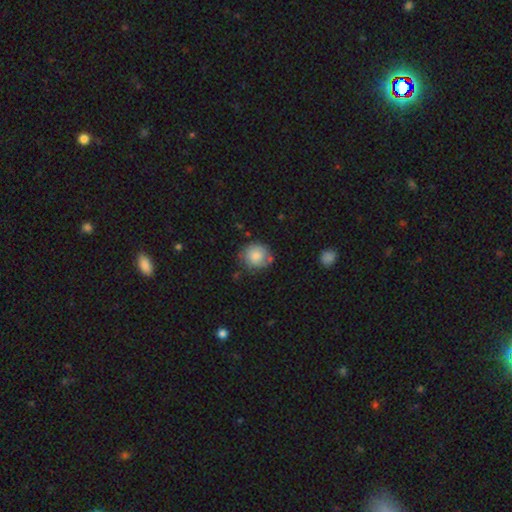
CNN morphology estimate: Smooth or featured? smooth (76%)
How rounded? round (81%)
Merging? none (69%)